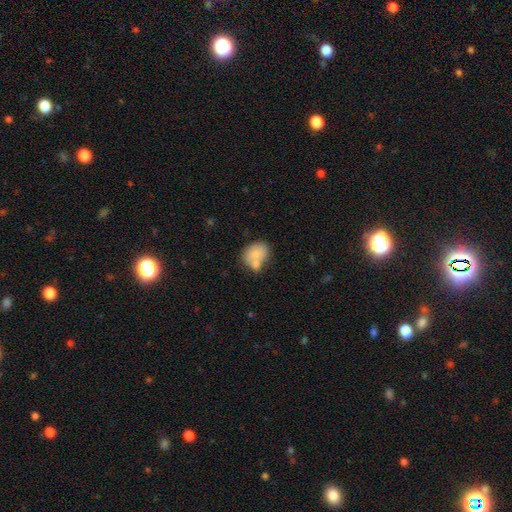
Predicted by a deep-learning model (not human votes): smooth_or_featured: smooth (p=0.73) [alt: featured or disk p=0.20]
how_rounded: in between (p=0.54) [alt: round p=0.45]
merging: merger (p=0.44) [alt: none p=0.36]